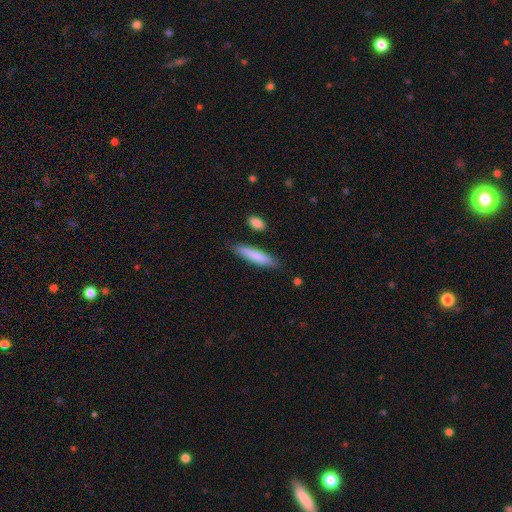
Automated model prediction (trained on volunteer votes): This is clearly a smooth galaxy (80%). How rounded: clearly cigar-shaped (85%). Merging: clearly none (83%).